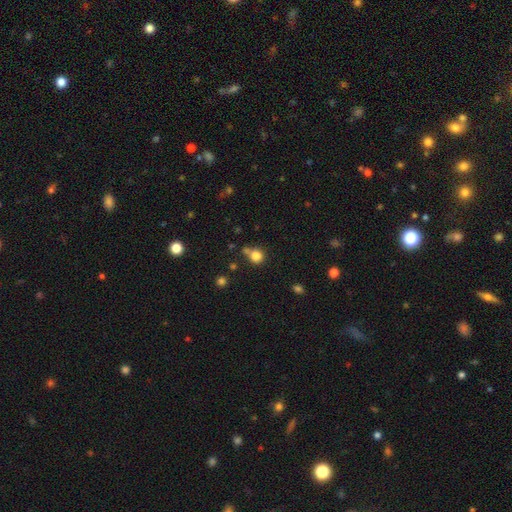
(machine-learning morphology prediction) Smooth or featured?
  - smooth: 81% *
  - star or artifact: 13%
  - featured or disk: 6%
How rounded?
  - round: 88% *
  - in between: 11%
  - cigar-shaped: 1%
Merging?
  - none: 65% *
  - merger: 19%
  - minor disturbance: 11%
  - major disturbance: 4%